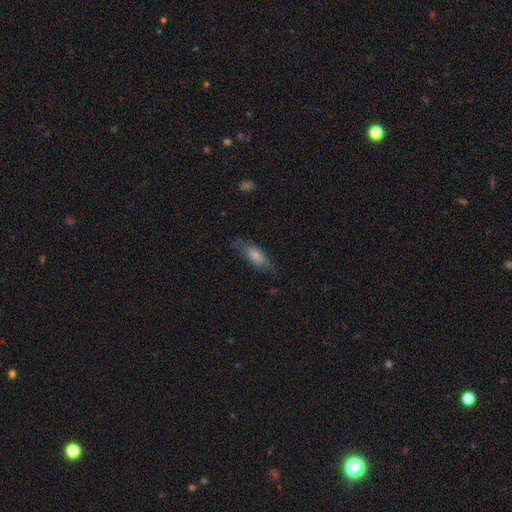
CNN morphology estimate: type=smooth (72%); roundness=in between (70%); merging=none (64%).